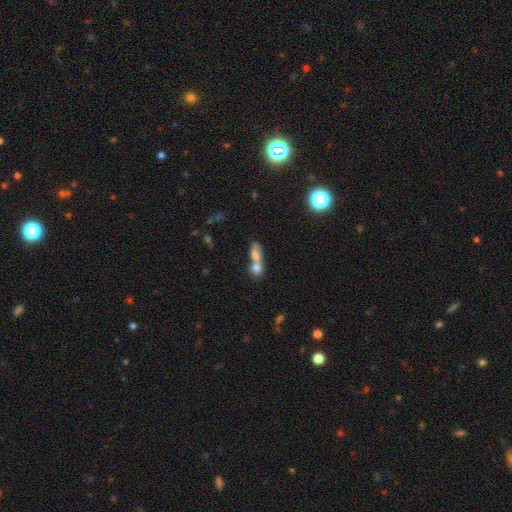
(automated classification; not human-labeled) Smooth or featured? Predicted: smooth (p=0.64). How rounded? Predicted: in between (p=0.58). Merging? Predicted: merger (p=0.73).